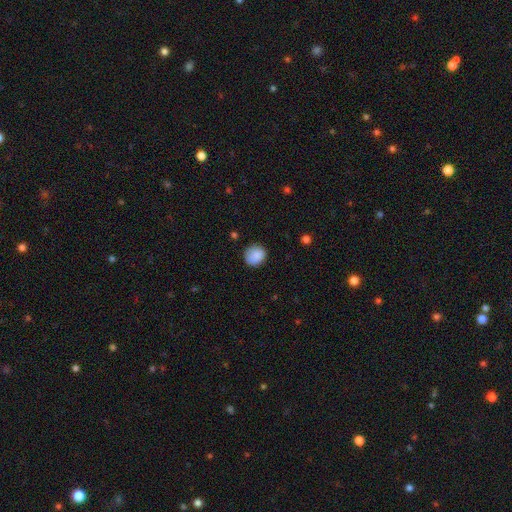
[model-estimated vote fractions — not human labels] smooth 88%, star or artifact 8%, featured or disk 4%. Down the decision tree: how rounded — round (84%); merging — none (81%).